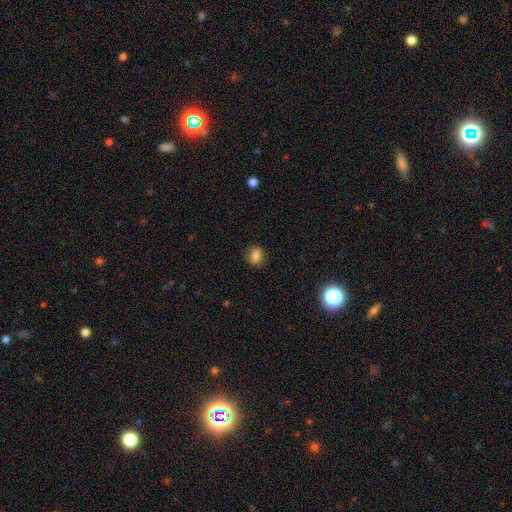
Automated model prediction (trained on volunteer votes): A smooth galaxy with no disk features (82%) that is in between round and cigar-shaped (53%).

Vote fractions:
- Smooth or featured? smooth: 82% / star or artifact: 11% / featured or disk: 7%
- How rounded? in between: 53% / round: 45% / cigar-shaped: 2%
- Merging? none: 84% / minor disturbance: 12% / major disturbance: 3% / merger: 1%